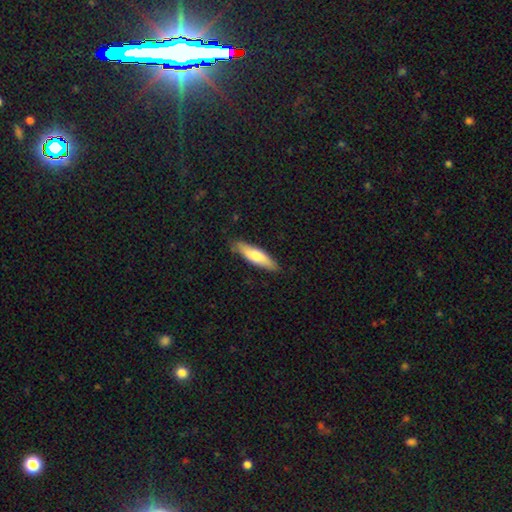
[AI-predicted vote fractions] smooth_or_featured: smooth (p=0.68) [alt: featured or disk p=0.27]
how_rounded: cigar-shaped (p=0.66) [alt: in between p=0.32]
merging: none (p=0.84) [alt: minor disturbance p=0.12]